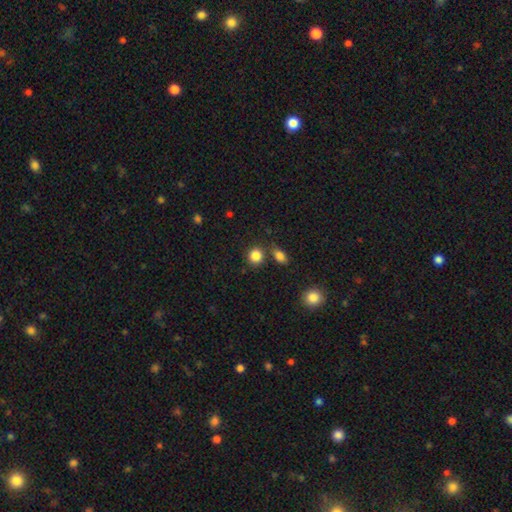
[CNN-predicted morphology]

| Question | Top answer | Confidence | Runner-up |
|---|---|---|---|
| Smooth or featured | smooth | 86% | star or artifact (10%) |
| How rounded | round | 83% | in between (16%) |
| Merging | none | 77% | merger (11%) |